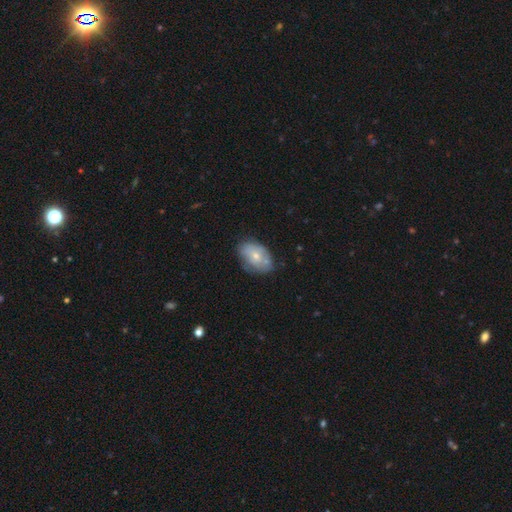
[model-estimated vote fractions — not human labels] Smooth or featured: smooth — 57% (featured or disk — 36%)
How rounded: in between — 85% (round — 14%)
Merging: none — 61% (minor disturbance — 27%)